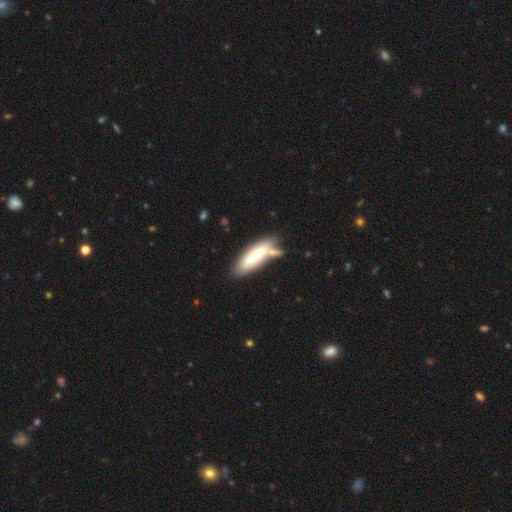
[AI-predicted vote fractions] smooth 68%, featured or disk 26%, star or artifact 6%. Down the decision tree: how rounded — cigar-shaped (52%); merging — none (48%).